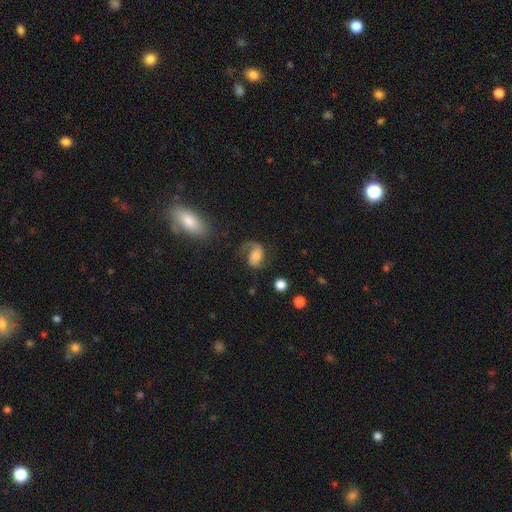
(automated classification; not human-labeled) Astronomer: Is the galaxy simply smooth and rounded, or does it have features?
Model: featured or disk — 66%.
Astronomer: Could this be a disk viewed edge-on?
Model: no — 97%.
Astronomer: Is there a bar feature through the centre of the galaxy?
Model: no — 48% (runner-up: weak, 37%).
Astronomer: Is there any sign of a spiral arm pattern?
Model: yes — 92%.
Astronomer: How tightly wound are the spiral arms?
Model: loose — 45% (runner-up: medium, 42%).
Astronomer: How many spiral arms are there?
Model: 2 — 72%.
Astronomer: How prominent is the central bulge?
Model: moderate — 45% (runner-up: small, 30%).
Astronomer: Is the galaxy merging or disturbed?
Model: none — 56%.